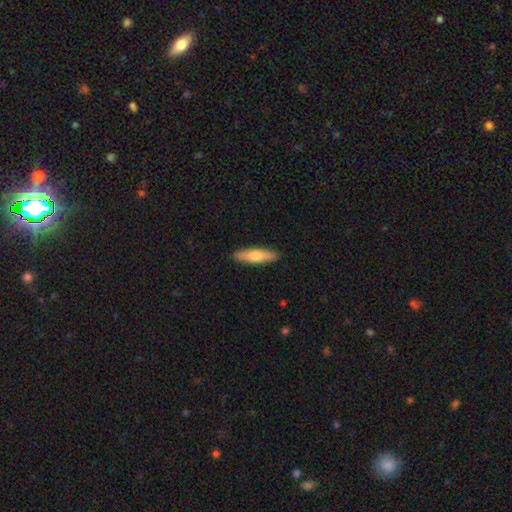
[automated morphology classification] Smooth or featured?
  - smooth: 68% *
  - featured or disk: 26%
  - star or artifact: 5%
How rounded?
  - cigar-shaped: 66% *
  - in between: 32%
  - round: 2%
Merging?
  - none: 90% *
  - minor disturbance: 8%
  - major disturbance: 2%
  - merger: 1%